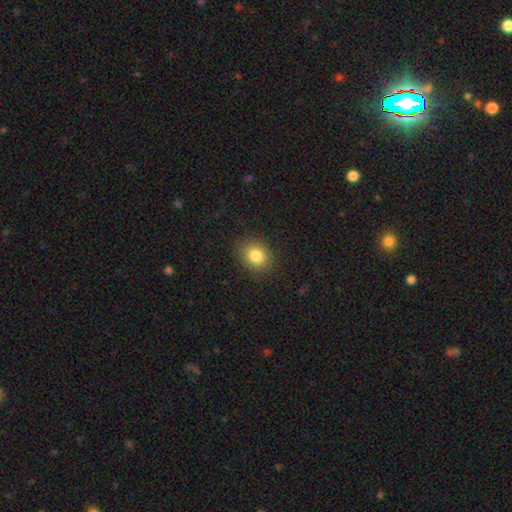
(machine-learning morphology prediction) smooth_or_featured: smooth (p=0.83) [alt: star or artifact p=0.10]
how_rounded: round (p=0.55) [alt: in between p=0.44]
merging: none (p=0.88) [alt: minor disturbance p=0.08]